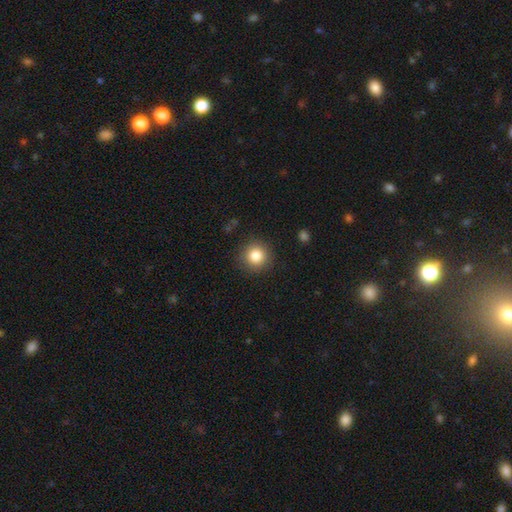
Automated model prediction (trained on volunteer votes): Q: Smooth or featured?
A: smooth (83%); runner-up: star or artifact (10%)
Q: How rounded?
A: round (94%); runner-up: in between (5%)
Q: Merging?
A: none (88%); runner-up: minor disturbance (8%)